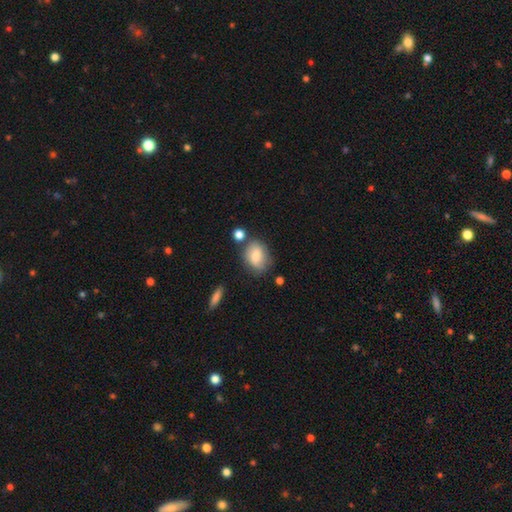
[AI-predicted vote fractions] This is likely a smooth galaxy (76%). How rounded: likely in between (71%). Merging: likely none (62%).